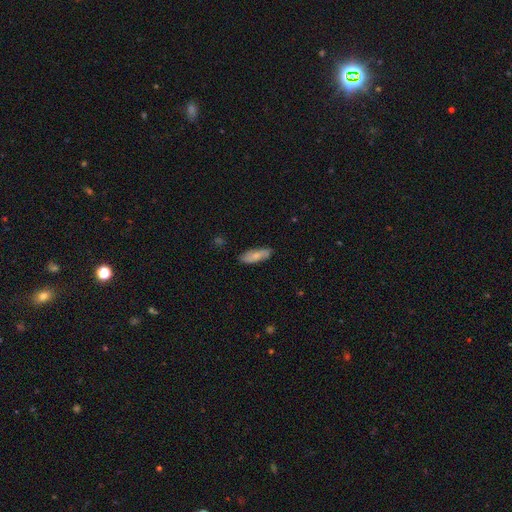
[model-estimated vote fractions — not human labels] smooth-or-featured: smooth: 68% | featured or disk: 26% | star or artifact: 6%
  how-rounded: in between: 58% | cigar-shaped: 40% | round: 2%
  merging: none: 84% | minor disturbance: 13% | major disturbance: 2% | merger: 1%